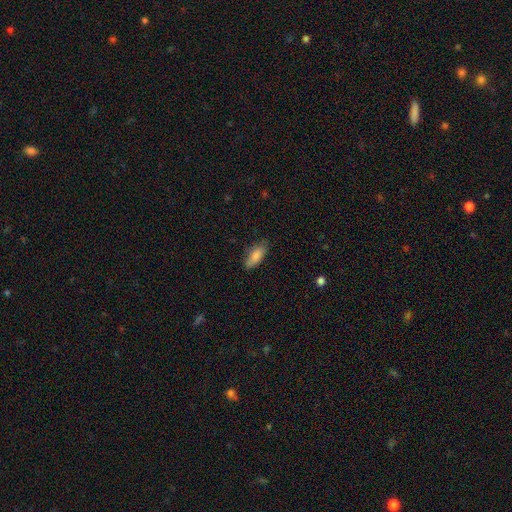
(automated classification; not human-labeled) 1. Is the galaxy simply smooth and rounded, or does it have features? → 83% smooth, 11% featured or disk, 7% star or artifact.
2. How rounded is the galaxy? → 79% in between, 19% cigar-shaped, 2% round.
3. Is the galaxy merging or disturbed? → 77% none, 18% minor disturbance, 3% major disturbance, 1% merger.